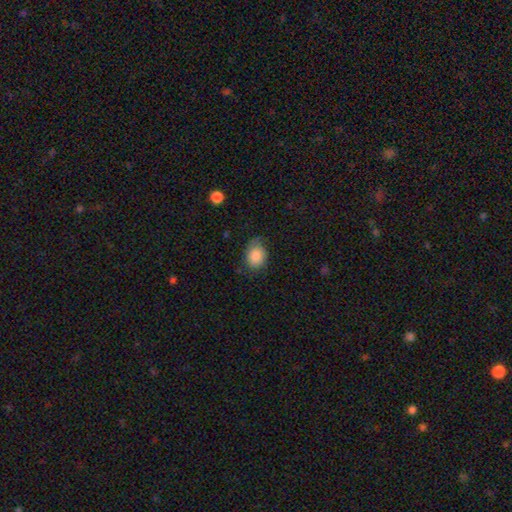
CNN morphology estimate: A smooth galaxy with no disk features (84%) that is in between round and cigar-shaped (62%). Merging: none (59%).